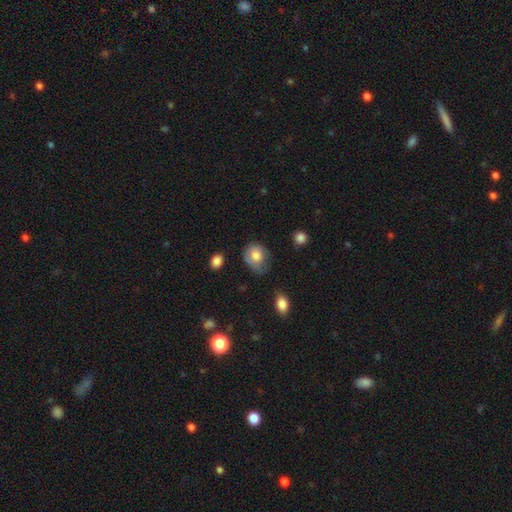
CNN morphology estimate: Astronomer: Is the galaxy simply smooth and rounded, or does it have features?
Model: smooth — 74%.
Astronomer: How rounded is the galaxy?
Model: round — 59% (runner-up: in between, 40%).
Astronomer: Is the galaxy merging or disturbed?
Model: none — 45% (runner-up: minor disturbance, 36%).